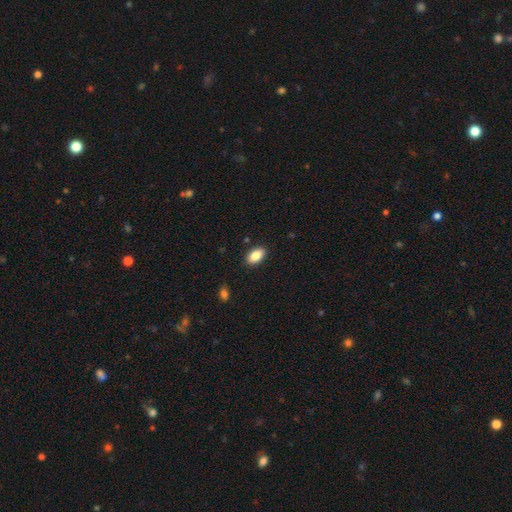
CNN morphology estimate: Smooth or featured? Predicted: smooth (p=0.85). How rounded? Predicted: in between (p=0.92). Merging? Predicted: none (p=0.88).